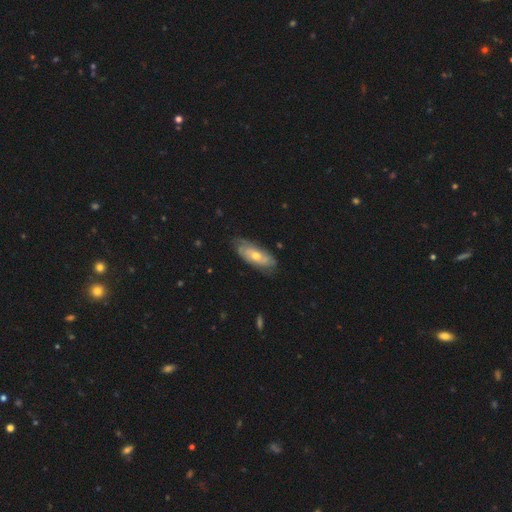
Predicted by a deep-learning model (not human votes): Morphology: type=featured or disk (64%); edge-on=no (83%); bar=no (75%); spiral arms=yes (77%); bulge=moderate (62%); merging=none (73%).